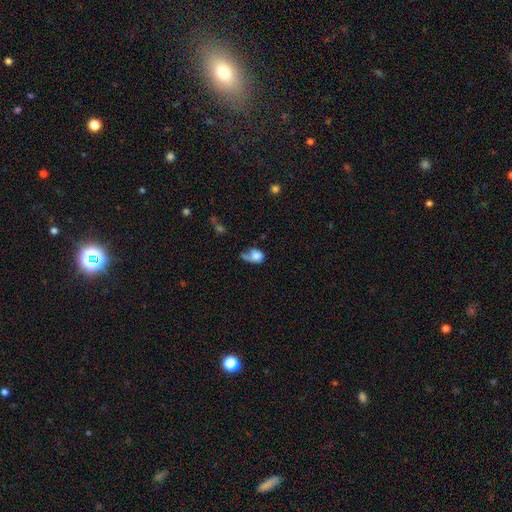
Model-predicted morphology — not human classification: The model was most divided on "merging": major disturbance: 31%, minor disturbance: 28%, none: 27%, merger: 14%. More confident: smooth or featured — smooth (72%); how rounded — in between (59%).